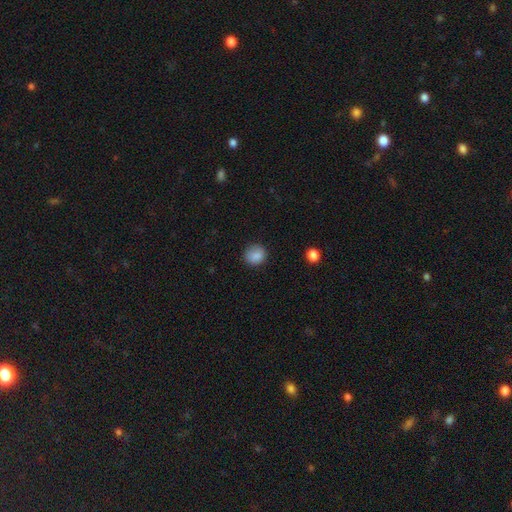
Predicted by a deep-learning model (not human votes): A smooth galaxy with no disk features (86%) that is round (85%).

Vote fractions:
- Smooth or featured? smooth: 86% / star or artifact: 9% / featured or disk: 4%
- How rounded? round: 85% / in between: 14% / cigar-shaped: 1%
- Merging? none: 81% / minor disturbance: 14% / major disturbance: 3% / merger: 1%